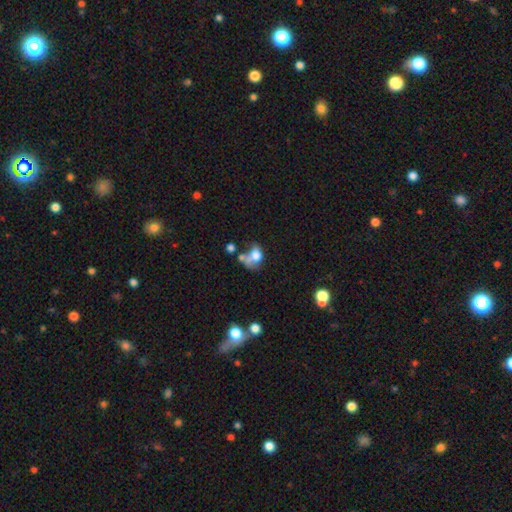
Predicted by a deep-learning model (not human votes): Morphology: type=smooth (64%); roundness=in between (61%); merging=merger (44%).